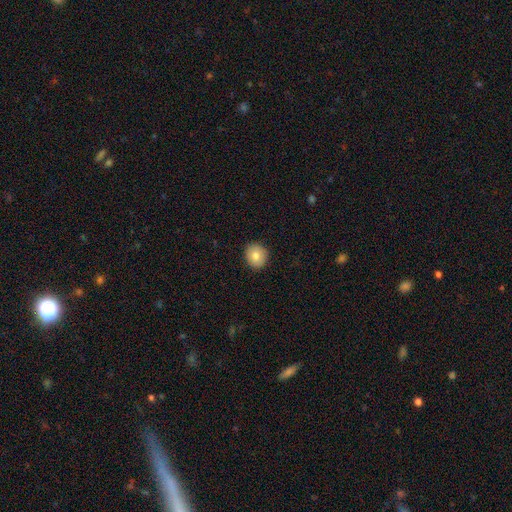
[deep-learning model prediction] smooth_or_featured: smooth (p=0.80) [alt: featured or disk p=0.12]
how_rounded: round (p=0.86) [alt: in between p=0.13]
merging: none (p=0.91) [alt: minor disturbance p=0.06]